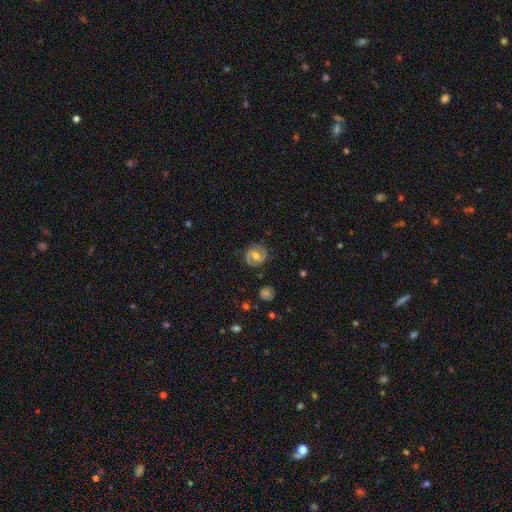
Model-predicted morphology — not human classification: Overall: featured or disk (78%). Edge-on disk: no (98%). Bar: weak (42%, tied with no). Spiral arms: yes (91%). Spiral arm count: 2 (90%). Spiral winding: medium (45%, tied with tight). Bulge size: moderate (75%). Merging: none (85%).